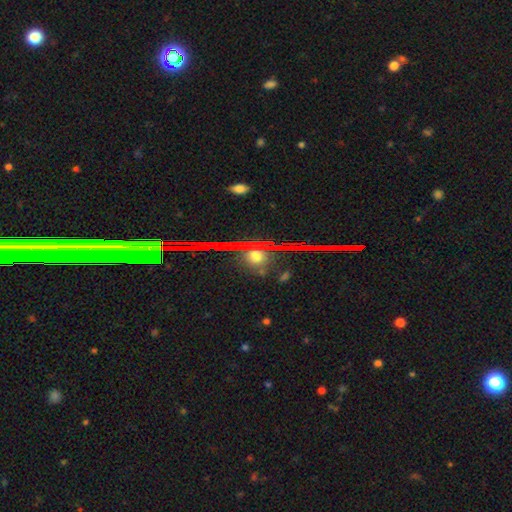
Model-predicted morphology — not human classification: The model was most divided on "smooth or featured": star or artifact: 49%, featured or disk: 28%, smooth: 23%.